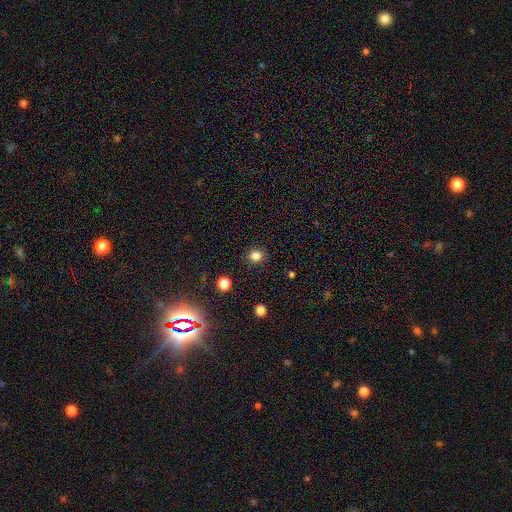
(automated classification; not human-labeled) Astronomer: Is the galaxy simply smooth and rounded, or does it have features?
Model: smooth — 82%.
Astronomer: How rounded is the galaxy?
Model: round — 78%.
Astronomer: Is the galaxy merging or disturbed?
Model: none — 88%.